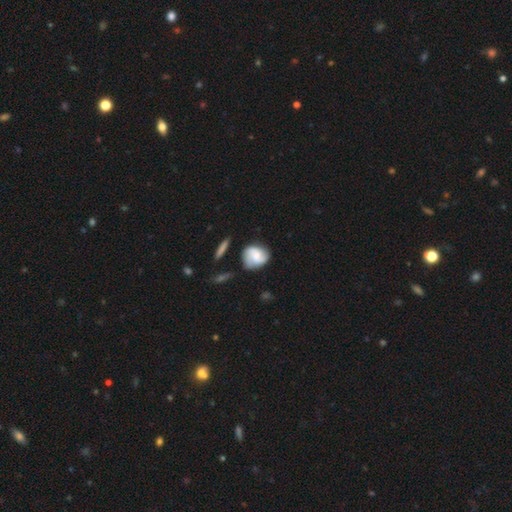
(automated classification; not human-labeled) A featured or disk galaxy (52%). Merging: none (63%).